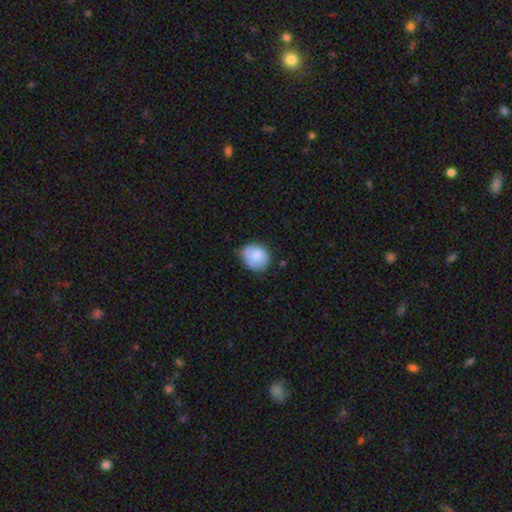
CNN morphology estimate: smooth 83%, featured or disk 10%, star or artifact 7%. Down the decision tree: how rounded — round (69%); merging — none (62%).